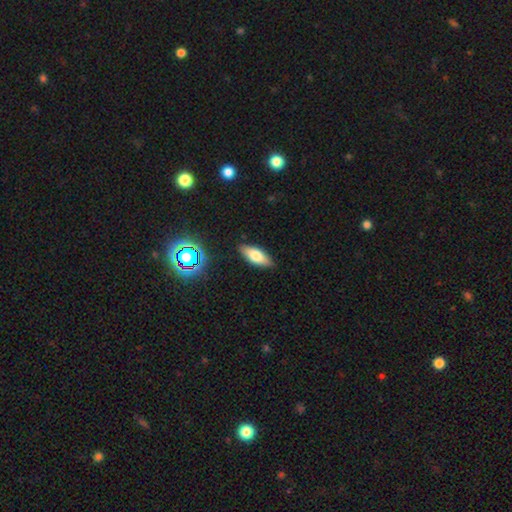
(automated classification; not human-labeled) Smooth or featured?
  - smooth: 68% *
  - featured or disk: 23%
  - star or artifact: 9%
How rounded?
  - in between: 76% *
  - cigar-shaped: 21%
  - round: 3%
Merging?
  - none: 86% *
  - minor disturbance: 10%
  - major disturbance: 2%
  - merger: 1%